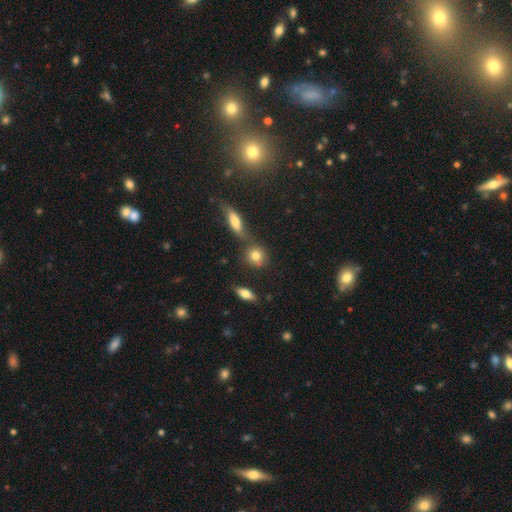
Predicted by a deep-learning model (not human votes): A smooth galaxy with no disk features (80%) that is round (78%).

Vote fractions:
- Smooth or featured? smooth: 80% / featured or disk: 11% / star or artifact: 9%
- How rounded? round: 78% / in between: 18% / cigar-shaped: 4%
- Merging? none: 65% / merger: 20% / minor disturbance: 11% / major disturbance: 4%